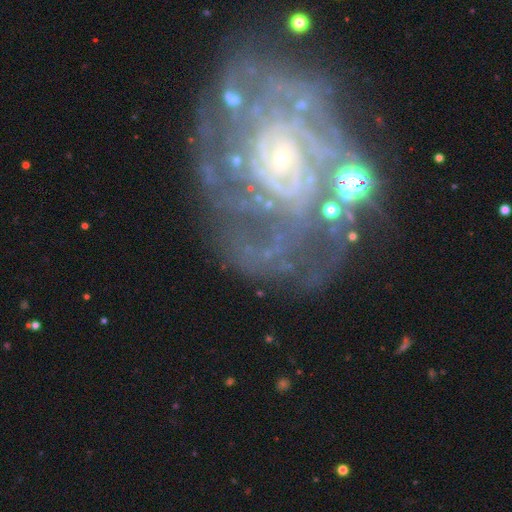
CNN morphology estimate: Overall: featured or disk (86%). Edge-on disk: no (97%). Bar: no (73%). Spiral arms: yes (92%). Spiral arm count: can't tell (37%; 2 16%). Spiral winding: tight (67%). Bulge size: small (79%). Merging: none (62%).